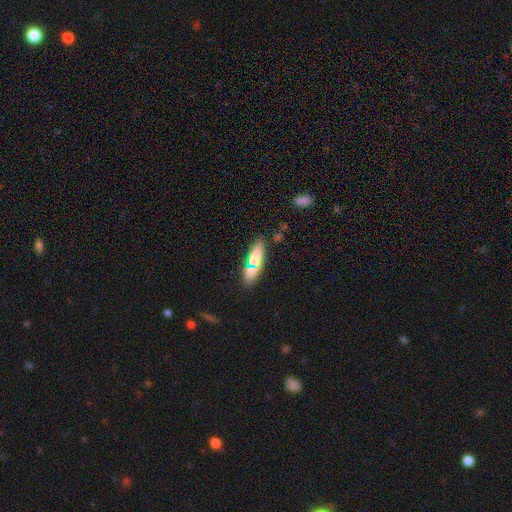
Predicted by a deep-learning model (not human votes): Smooth or featured?
  - smooth: 63% *
  - featured or disk: 27%
  - star or artifact: 10%
How rounded?
  - cigar-shaped: 54% *
  - in between: 42%
  - round: 4%
Merging?
  - none: 78% *
  - minor disturbance: 12%
  - merger: 7%
  - major disturbance: 3%